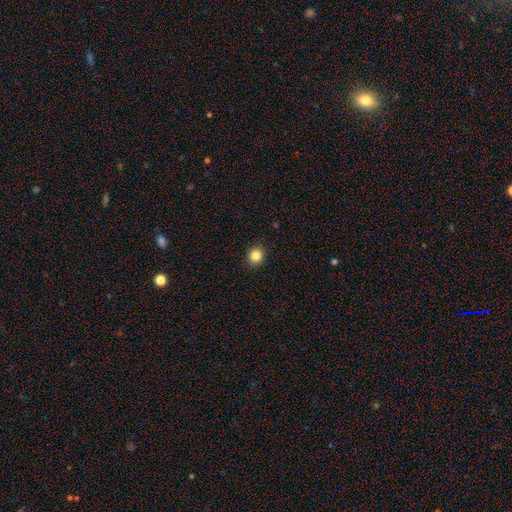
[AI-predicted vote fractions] smooth 85%, star or artifact 11%, featured or disk 5%. Down the decision tree: how rounded — round (83%); merging — none (91%).